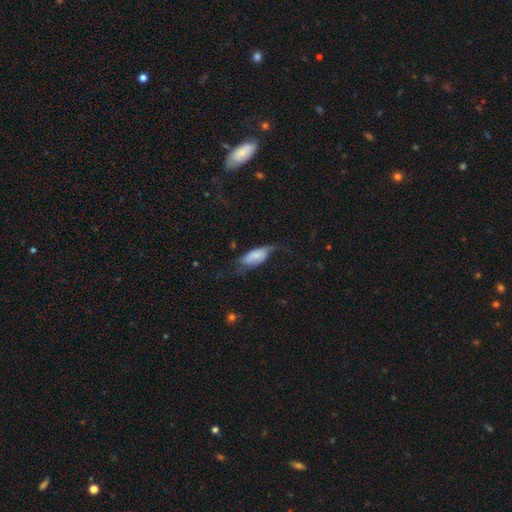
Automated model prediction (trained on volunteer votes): Smooth or featured? smooth (56%)
How rounded? in between (86%)
Merging? none (38%)